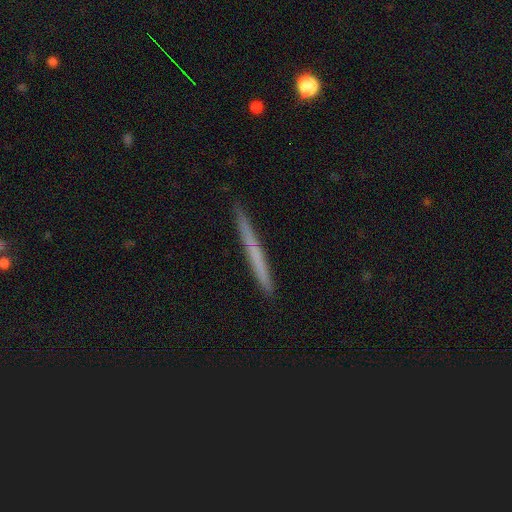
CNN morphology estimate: This appears to be a smooth galaxy with no disk features (54%) that is cigar-shaped (97%). Merging: none (90%).